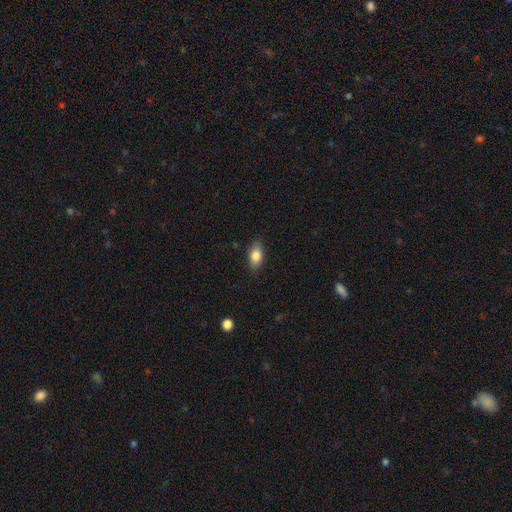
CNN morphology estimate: type=smooth (81%); roundness=in between (88%); merging=none (85%).